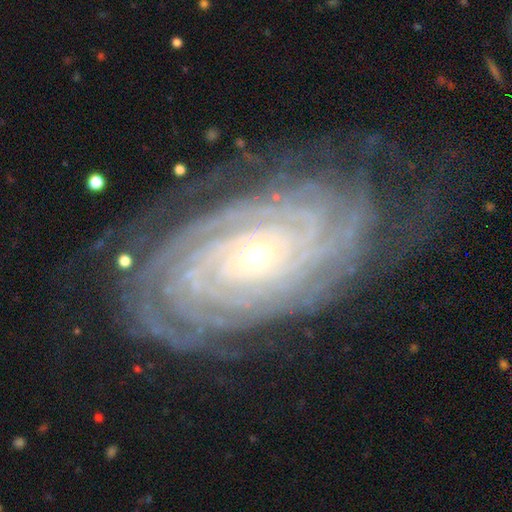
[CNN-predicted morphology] featured or disk 91%, star or artifact 5%, smooth 4%. Down the decision tree: edge-on disk — no (96%); bar — no (75%); spiral arms — yes (98%); spiral arm count — more than 4 (28%); spiral winding — tight (89%); bulge size — small (76%); merging — none (75%).